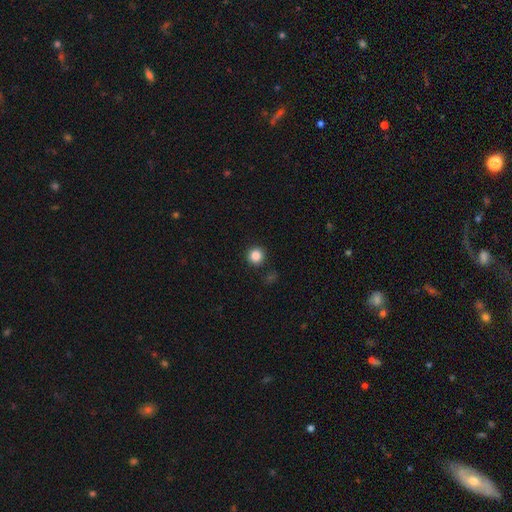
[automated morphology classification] Smooth or featured: smooth — 86% (star or artifact — 11%)
How rounded: round — 94% (in between — 5%)
Merging: none — 90% (minor disturbance — 6%)